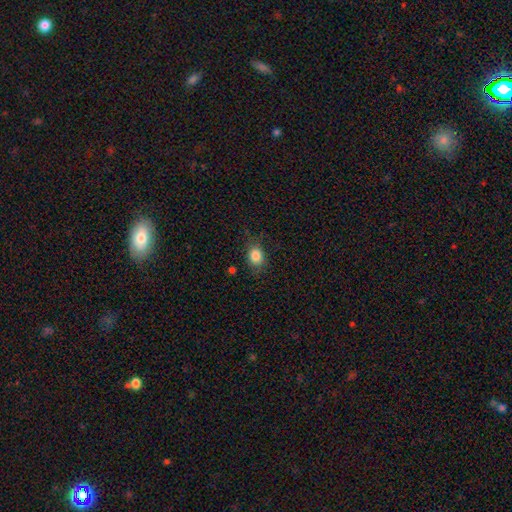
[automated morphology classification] Smooth or featured? Predicted: smooth (p=0.84). How rounded? Predicted: in between (p=0.53). Merging? Predicted: none (p=0.77).